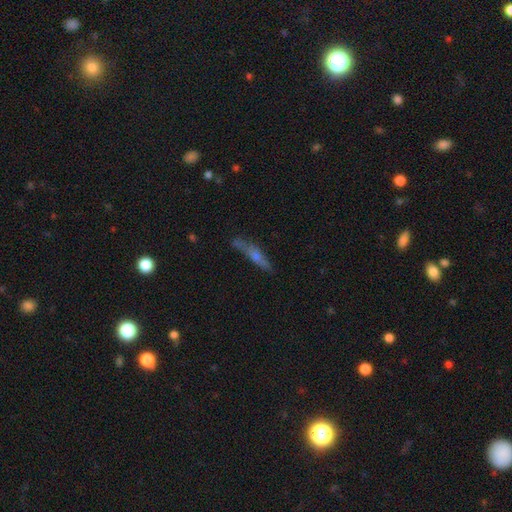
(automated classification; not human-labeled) Smooth or featured: featured or disk — 49% (smooth — 41%)
Merging: none — 71% (minor disturbance — 20%)